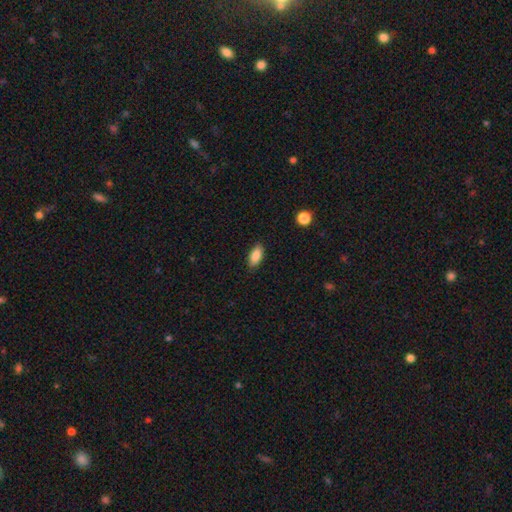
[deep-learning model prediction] Smooth or featured?
  - smooth: 88% *
  - star or artifact: 7%
  - featured or disk: 5%
How rounded?
  - in between: 88% *
  - cigar-shaped: 9%
  - round: 3%
Merging?
  - none: 87% *
  - minor disturbance: 10%
  - major disturbance: 2%
  - merger: 1%